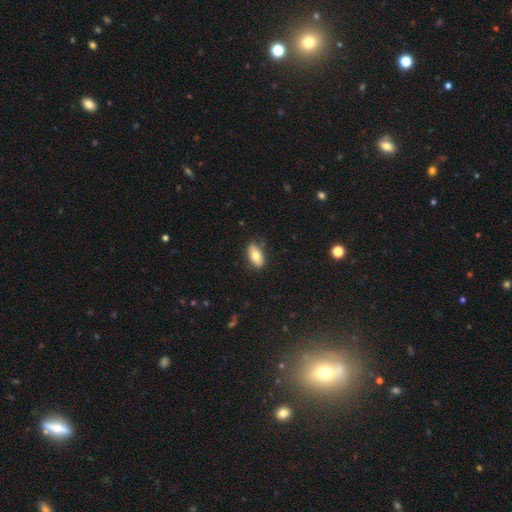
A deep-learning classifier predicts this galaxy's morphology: Overall: smooth (76%). How rounded: in between (90%). Merging: none (83%).